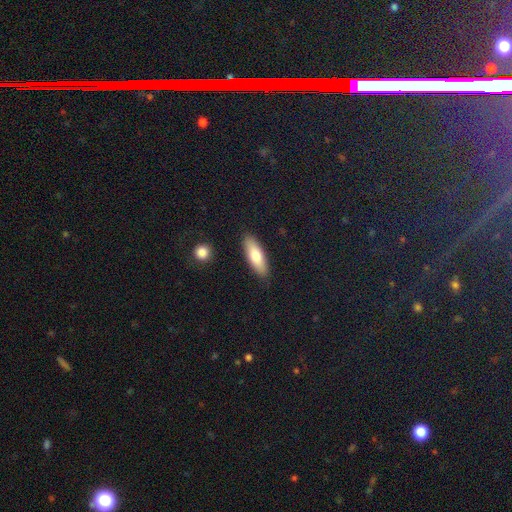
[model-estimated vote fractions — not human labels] smooth_or_featured: smooth (p=0.74) [alt: featured or disk p=0.21]
how_rounded: in between (p=0.56) [alt: cigar-shaped p=0.42]
merging: none (p=0.88) [alt: minor disturbance p=0.09]